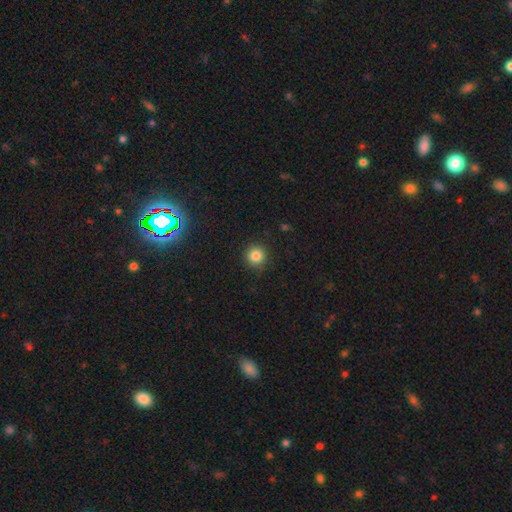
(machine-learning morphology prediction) This is clearly a smooth galaxy (83%). How rounded: clearly round (94%). Merging: clearly none (91%).